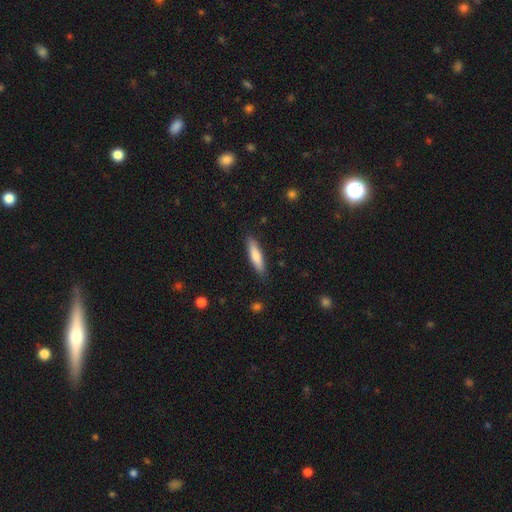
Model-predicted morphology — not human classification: This is likely a smooth galaxy (74%). How rounded: clearly cigar-shaped (81%). Merging: clearly none (87%).